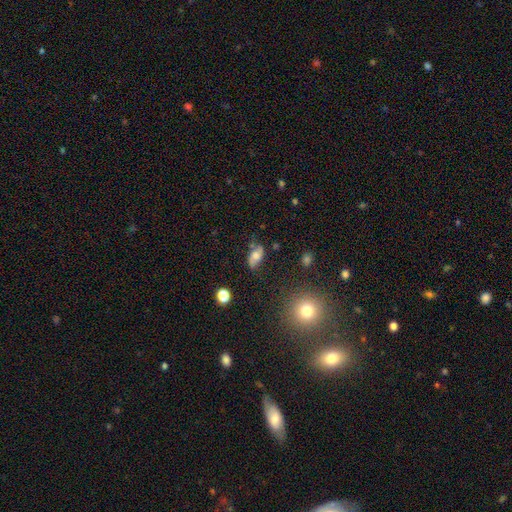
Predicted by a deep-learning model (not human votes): This is possibly a smooth galaxy (48%). Merging: likely none (60%).